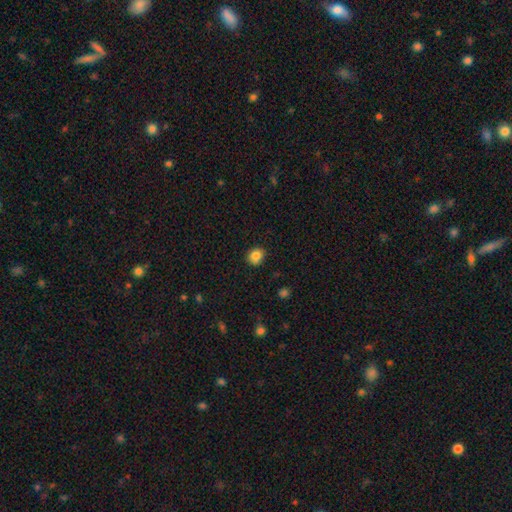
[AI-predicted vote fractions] A smooth galaxy with no disk features (83%) that is round (70%). Merging: none (83%).